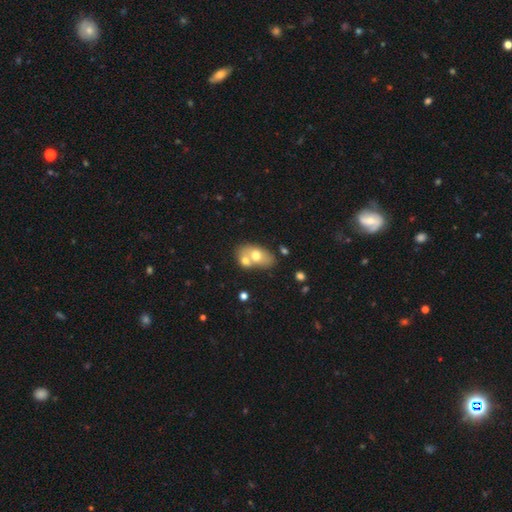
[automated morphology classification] Smooth or featured? smooth (64%)
How rounded? in between (84%)
Merging? merger (50%)